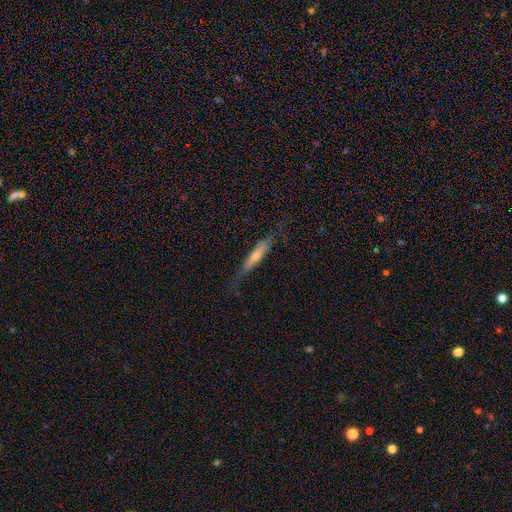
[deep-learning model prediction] A featured or disk galaxy (50%) viewed edge-on (82%). Merging: none (72%).